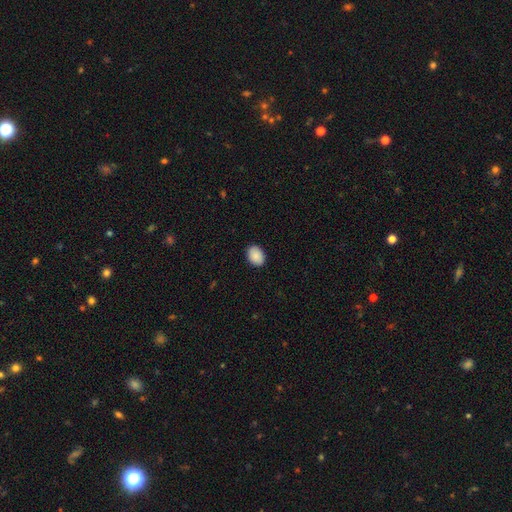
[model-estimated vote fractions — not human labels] smooth 90%, star or artifact 7%, featured or disk 3%. Down the decision tree: how rounded — in between (71%); merging — none (89%).